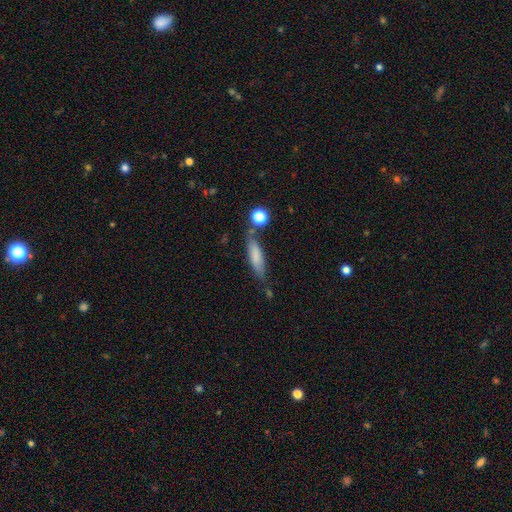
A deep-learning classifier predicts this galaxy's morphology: smooth-or-featured: smooth: 74% | featured or disk: 18% | star or artifact: 8%
  how-rounded: cigar-shaped: 70% | in between: 28% | round: 2%
  merging: none: 68% | minor disturbance: 19% | merger: 8% | major disturbance: 6%